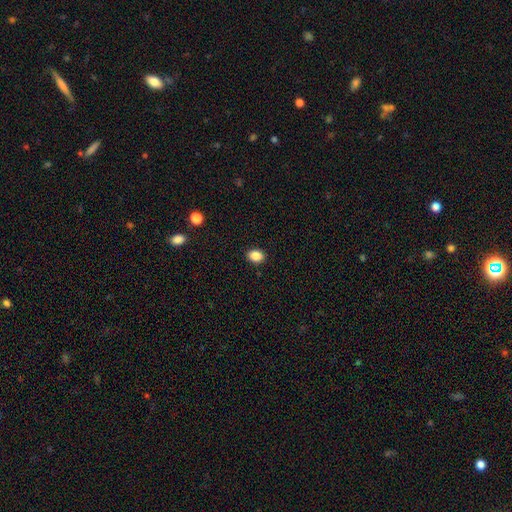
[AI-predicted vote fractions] This appears to be a smooth galaxy with no disk features (87%) that is in between round and cigar-shaped (68%). Merging: none (90%).